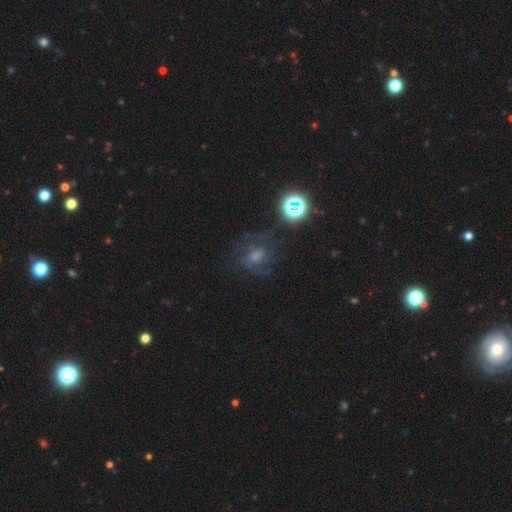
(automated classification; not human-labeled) This appears to be a featured or disk galaxy (47%). Merging: none (65%).